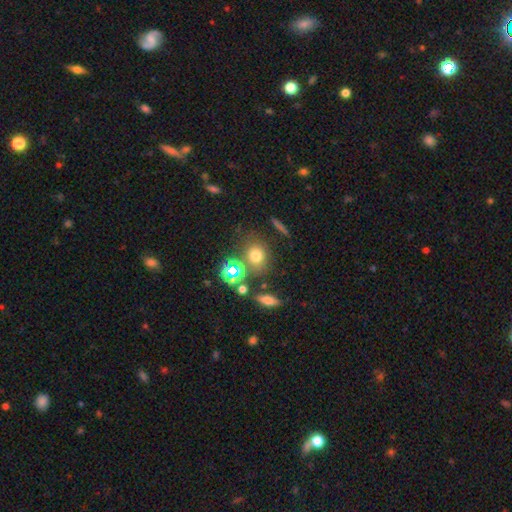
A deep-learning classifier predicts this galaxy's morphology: Smooth or featured: smooth — 67% (star or artifact — 23%)
How rounded: round — 65% (in between — 32%)
Merging: none — 72% (merger — 12%)